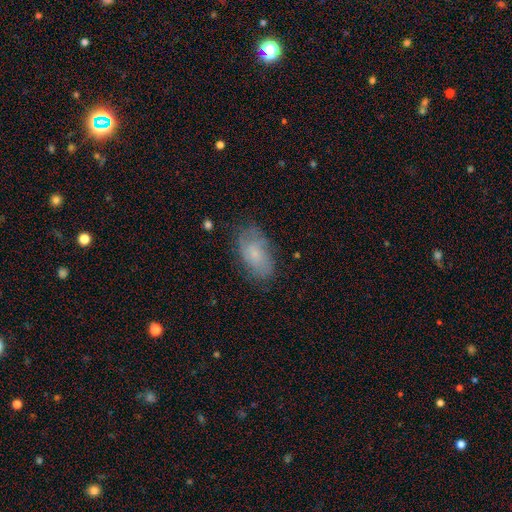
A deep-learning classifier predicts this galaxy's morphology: type=smooth (55%); roundness=in between (91%); merging=none (79%).